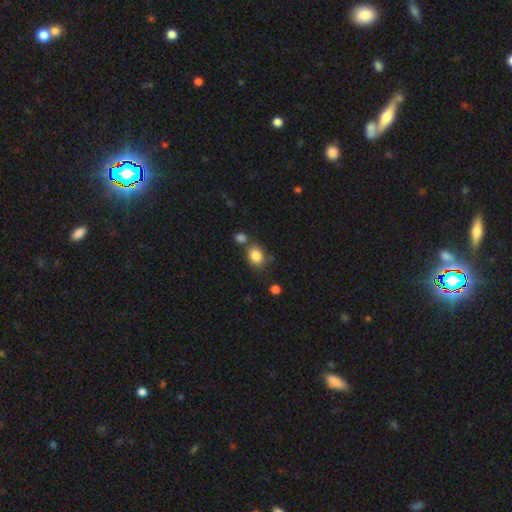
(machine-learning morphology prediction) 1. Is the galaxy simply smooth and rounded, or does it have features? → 84% smooth, 10% star or artifact, 6% featured or disk.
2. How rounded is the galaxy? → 52% in between, 47% round, 1% cigar-shaped.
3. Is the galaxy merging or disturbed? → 64% none, 19% merger, 13% minor disturbance, 4% major disturbance.